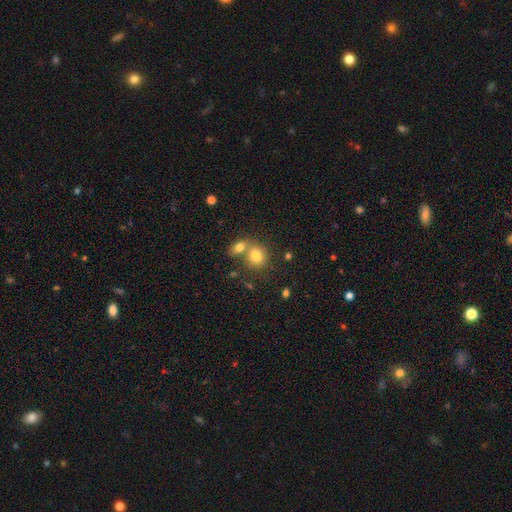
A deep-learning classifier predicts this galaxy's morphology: Smooth or featured? smooth (80%)
How rounded? round (51%)
Merging? merger (50%)